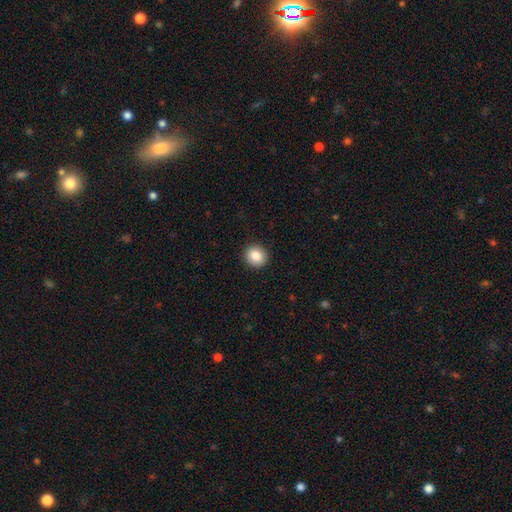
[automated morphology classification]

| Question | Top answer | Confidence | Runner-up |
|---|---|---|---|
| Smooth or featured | smooth | 85% | star or artifact (9%) |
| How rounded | round | 84% | in between (15%) |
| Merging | none | 92% | minor disturbance (6%) |